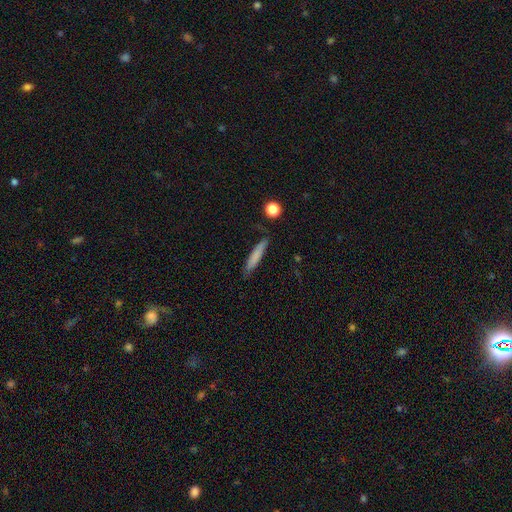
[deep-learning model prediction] Morphology: type=smooth (77%); roundness=cigar-shaped (91%); merging=none (81%).